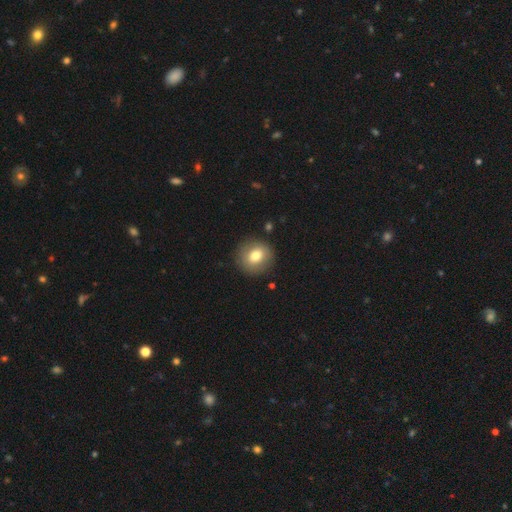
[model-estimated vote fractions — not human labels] This appears to be a smooth galaxy with no disk features (77%) that is round (88%). Merging: none (88%).